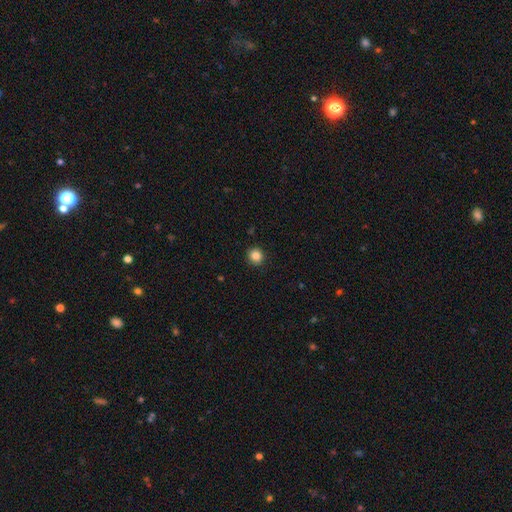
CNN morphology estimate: smooth 85%, star or artifact 11%, featured or disk 4%. Down the decision tree: how rounded — round (91%); merging — none (91%).